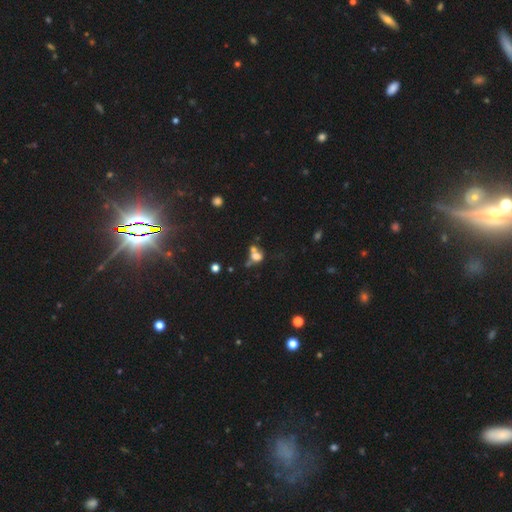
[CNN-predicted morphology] Overall: smooth (64%). How rounded: round (51%; in between 46%). Merging: merger (49%; none 29%).